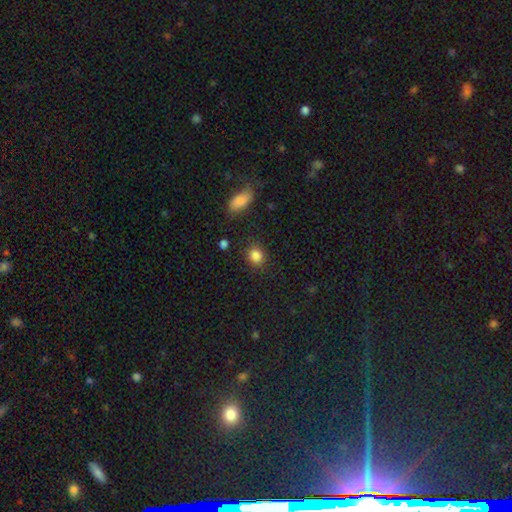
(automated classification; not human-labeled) Morphology: type=smooth (85%); roundness=round (70%); merging=none (85%).